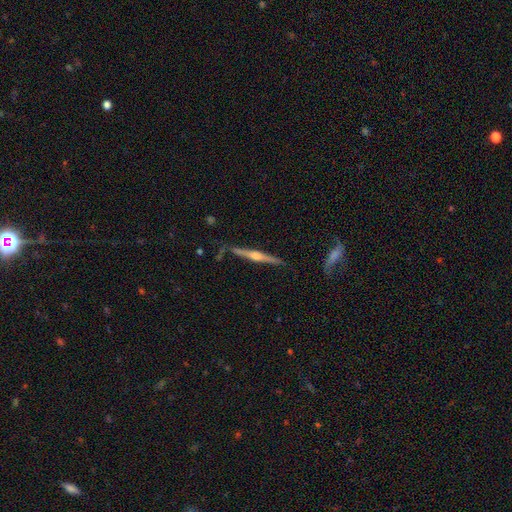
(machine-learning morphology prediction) smooth_or_featured: featured or disk (p=0.83) [alt: smooth p=0.12]
disk_edge_on: yes (p=0.98) [alt: no p=0.02]
edge_on_bulge: rounded (p=0.89) [alt: boxy p=0.06]
merging: none (p=0.83) [alt: minor disturbance p=0.12]